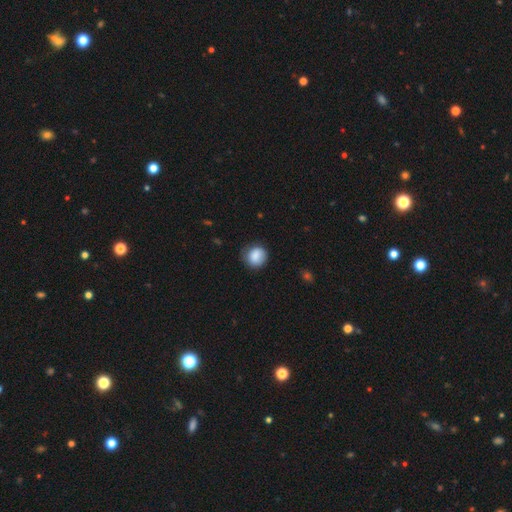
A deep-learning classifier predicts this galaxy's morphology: This appears to be a smooth galaxy with no disk features (85%) that is round (83%). Merging: none (74%).